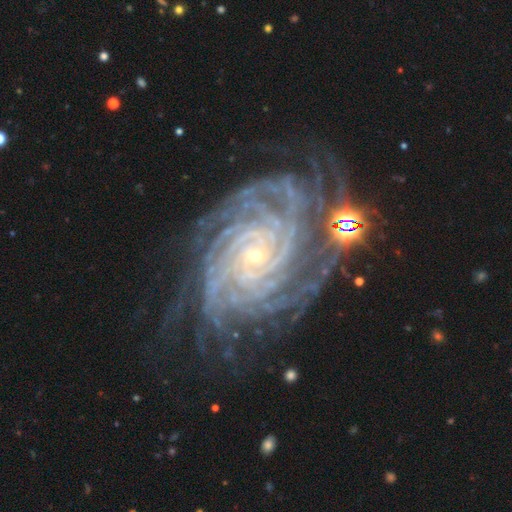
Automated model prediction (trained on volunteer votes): featured or disk 92%, star or artifact 5%, smooth 3%. Down the decision tree: edge-on disk — no (97%); bar — no (69%); spiral arms — yes (99%); spiral arm count — more than 4 (39%); spiral winding — tight (84%); bulge size — small (83%); merging — none (69%).